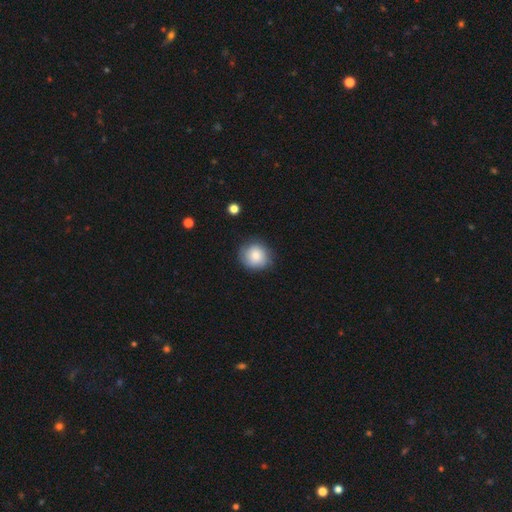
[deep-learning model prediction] Smooth or featured?
  - smooth: 79% *
  - featured or disk: 13%
  - star or artifact: 7%
How rounded?
  - round: 87% *
  - in between: 12%
  - cigar-shaped: 1%
Merging?
  - none: 80% *
  - minor disturbance: 16%
  - major disturbance: 3%
  - merger: 1%